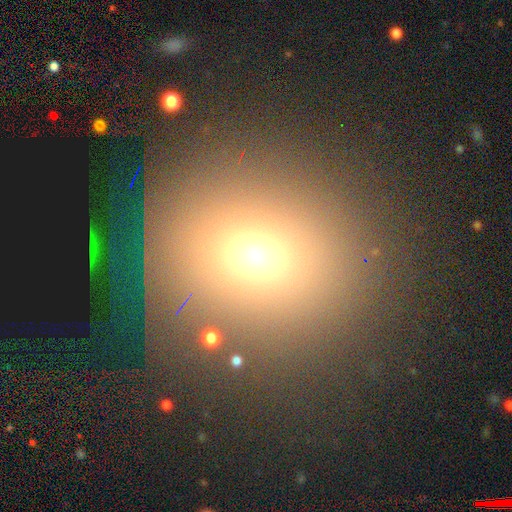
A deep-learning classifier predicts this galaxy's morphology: Smooth or featured?
  - smooth: 68% *
  - star or artifact: 21%
  - featured or disk: 11%
How rounded?
  - round: 74% *
  - in between: 25%
  - cigar-shaped: 1%
Merging?
  - none: 77% *
  - minor disturbance: 10%
  - major disturbance: 7%
  - merger: 5%